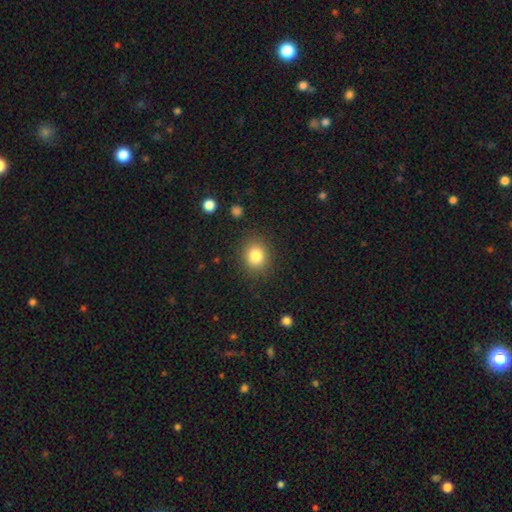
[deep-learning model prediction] smooth_or_featured: smooth (p=0.82) [alt: star or artifact p=0.11]
how_rounded: round (p=0.75) [alt: in between p=0.24]
merging: none (p=0.87) [alt: minor disturbance p=0.08]